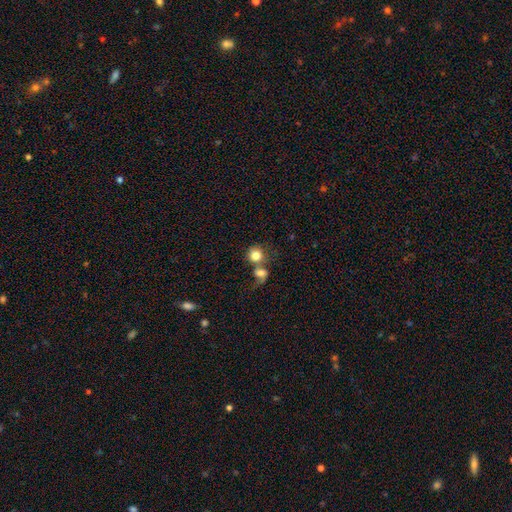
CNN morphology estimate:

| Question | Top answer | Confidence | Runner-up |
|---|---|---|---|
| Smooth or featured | smooth | 78% | featured or disk (13%) |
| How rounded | round | 83% | in between (16%) |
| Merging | merger | 58% | none (27%) |